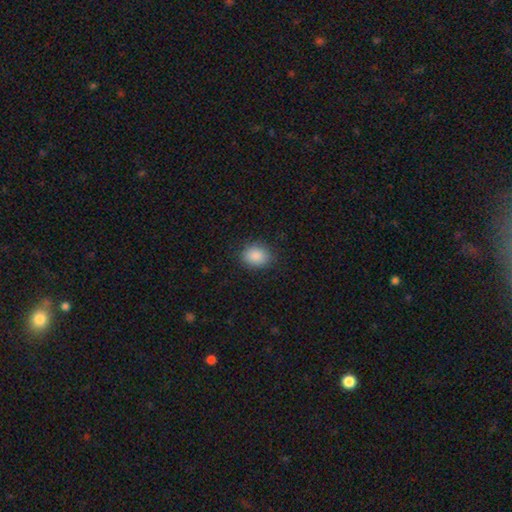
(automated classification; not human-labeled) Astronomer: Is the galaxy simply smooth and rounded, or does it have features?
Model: smooth — 88%.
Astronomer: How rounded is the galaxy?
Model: round — 52% (runner-up: in between, 47%).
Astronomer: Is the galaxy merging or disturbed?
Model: none — 85%.